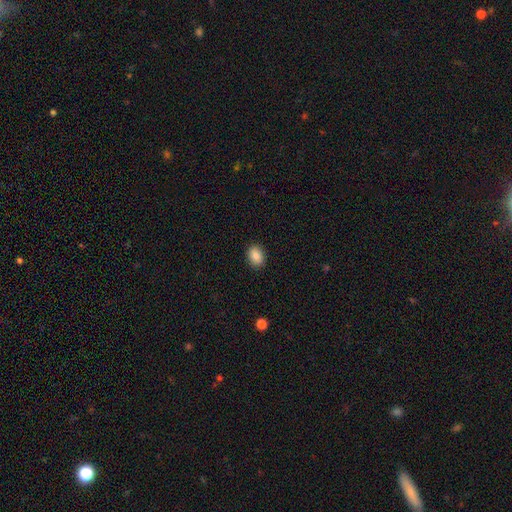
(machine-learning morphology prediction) The model was most divided on "how rounded": in between: 70%, round: 28%, cigar-shaped: 1%. More confident: merging — none (90%); smooth or featured — smooth (87%).